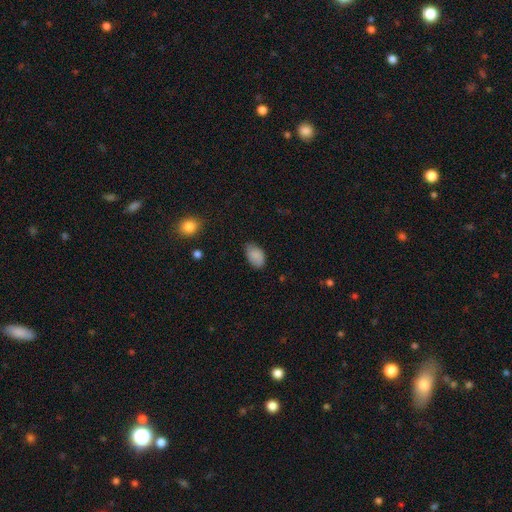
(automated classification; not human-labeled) Morphology: type=smooth (86%); roundness=in between (92%); merging=none (75%).